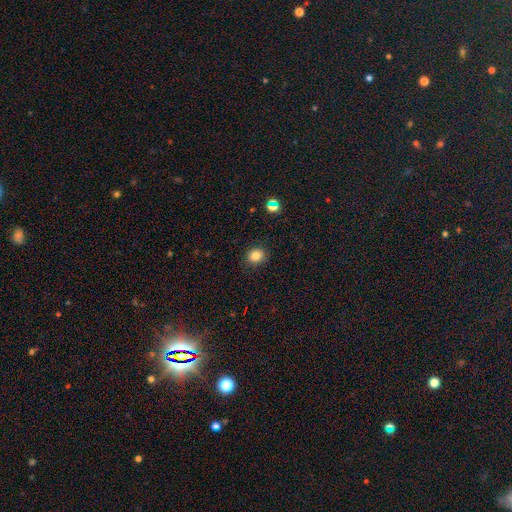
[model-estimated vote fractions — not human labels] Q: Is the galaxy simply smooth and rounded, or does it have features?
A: smooth — 82%.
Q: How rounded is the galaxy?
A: round — 74%.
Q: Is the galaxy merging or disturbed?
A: none — 88%.